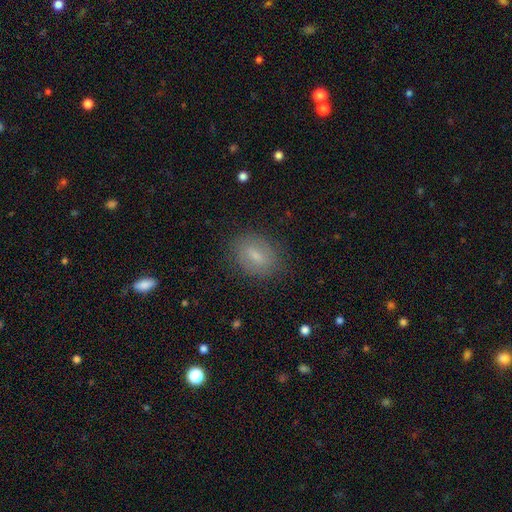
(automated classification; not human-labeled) smooth-or-featured: smooth: 66% | featured or disk: 25% | star or artifact: 10%
  how-rounded: in between: 72% | round: 25% | cigar-shaped: 3%
  merging: none: 82% | minor disturbance: 13% | major disturbance: 4% | merger: 1%